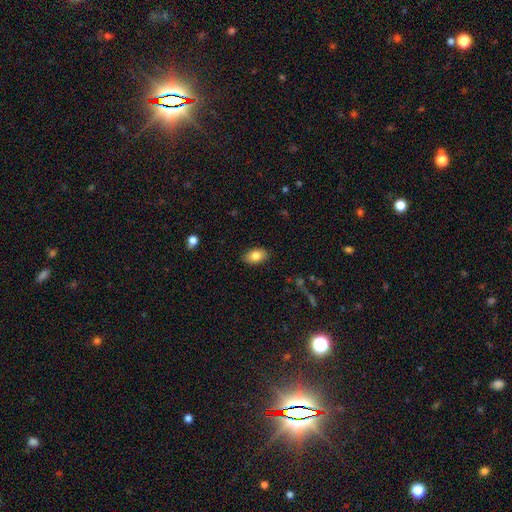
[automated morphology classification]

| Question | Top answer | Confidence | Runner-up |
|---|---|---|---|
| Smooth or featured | smooth | 81% | featured or disk (11%) |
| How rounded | in between | 91% | round (8%) |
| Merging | none | 87% | minor disturbance (9%) |